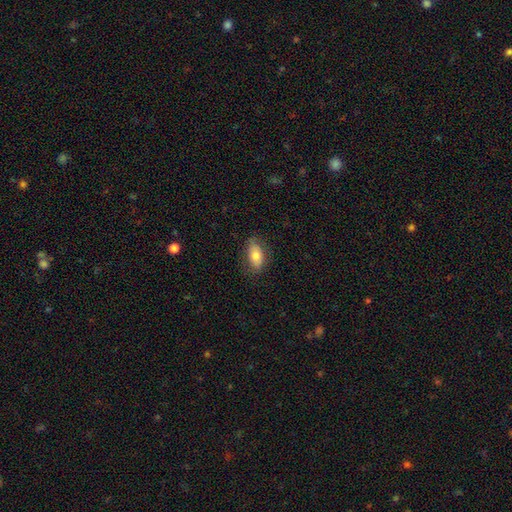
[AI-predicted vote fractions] smooth_or_featured: smooth (p=0.77) [alt: featured or disk p=0.16]
how_rounded: in between (p=0.88) [alt: cigar-shaped p=0.06]
merging: none (p=0.80) [alt: minor disturbance p=0.15]